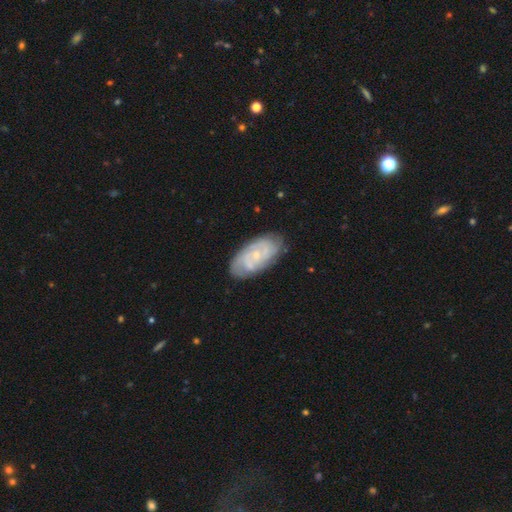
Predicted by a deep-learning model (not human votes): Smooth or featured?
  - featured or disk: 74% *
  - smooth: 20%
  - star or artifact: 6%
Edge-on disk?
  - no: 95% *
  - yes: 5%
Bar?
  - no: 68% *
  - weak: 28%
  - strong: 5%
Spiral arms?
  - yes: 91% *
  - no: 9%
Spiral winding?
  - tight: 61% *
  - medium: 30%
  - loose: 9%
Spiral arm count?
  - can't tell: 40% *
  - 2: 28%
  - 3: 15%
  - 4: 9%
  - more than 4: 4%
  - 1: 4%
Bulge size?
  - small: 75% *
  - moderate: 20%
  - none: 3%
  - large: 1%
  - dominant: 1%
Merging?
  - none: 77% *
  - minor disturbance: 17%
  - major disturbance: 4%
  - merger: 2%